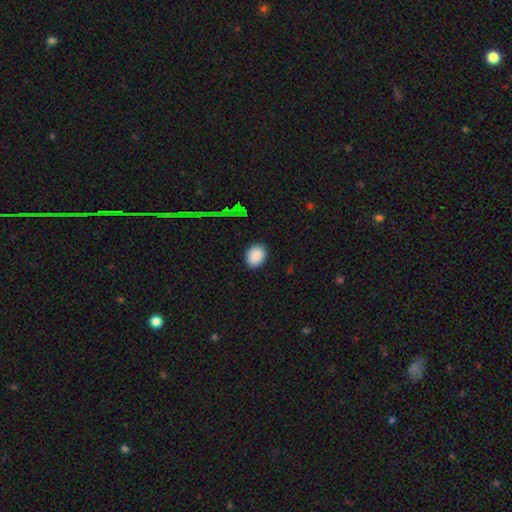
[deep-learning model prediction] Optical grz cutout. It shows a smooth galaxy with no disk features (89%) that is in between round and cigar-shaped (58%). Merging: none (87%).